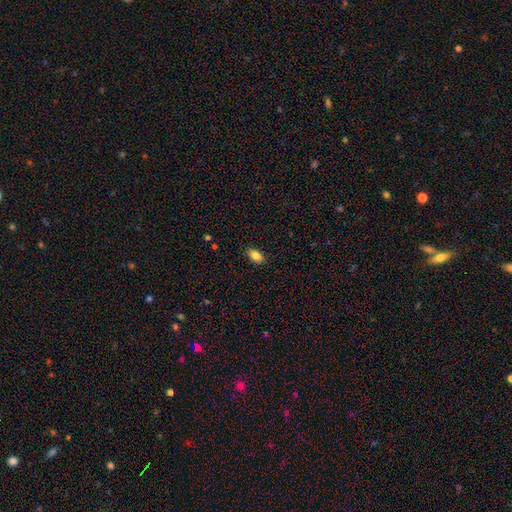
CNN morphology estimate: Smooth or featured? Predicted: smooth (p=0.85). How rounded? Predicted: in between (p=0.90). Merging? Predicted: none (p=0.87).